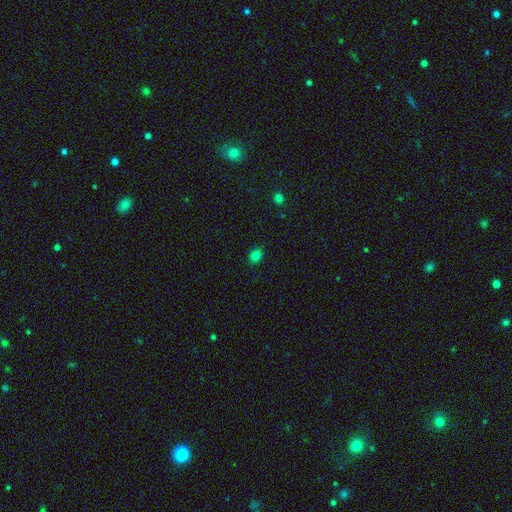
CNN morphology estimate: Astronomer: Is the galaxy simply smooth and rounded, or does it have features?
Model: smooth — 81%.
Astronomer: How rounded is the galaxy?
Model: round — 53% (runner-up: in between, 46%).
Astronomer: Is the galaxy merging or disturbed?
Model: none — 88%.